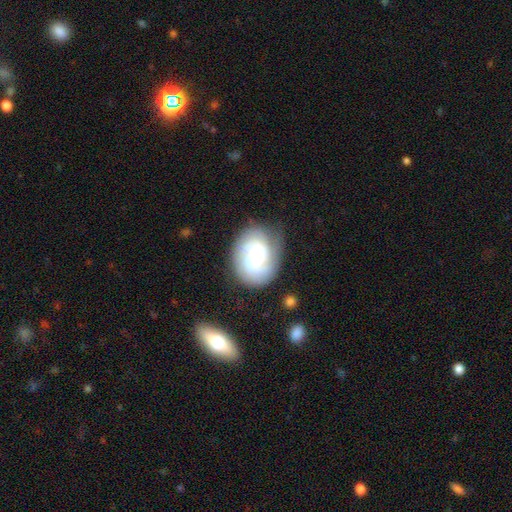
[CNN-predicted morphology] Smooth or featured? Predicted: featured or disk (p=0.73). Edge-on disk? Predicted: no (p=0.97). Bar? Predicted: no (p=0.68). Spiral arms? Predicted: yes (p=0.93). Spiral winding? Predicted: tight (p=0.63). Spiral arm count? Predicted: 2 (p=0.31, tied with can't tell). Bulge size? Predicted: moderate (p=0.53). Merging? Predicted: none (p=0.72).